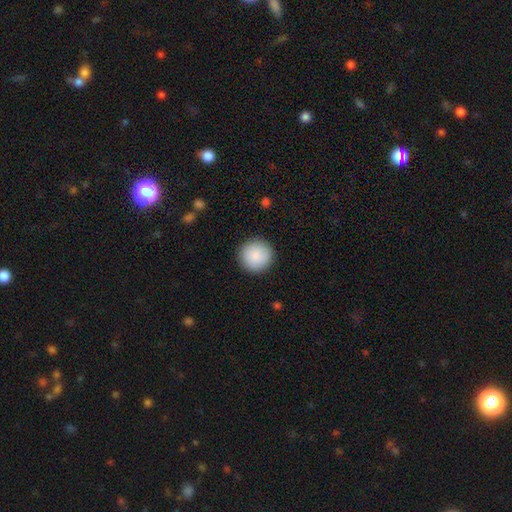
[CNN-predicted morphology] Smooth or featured: smooth — 88% (star or artifact — 6%)
How rounded: round — 95% (in between — 4%)
Merging: none — 91% (minor disturbance — 6%)